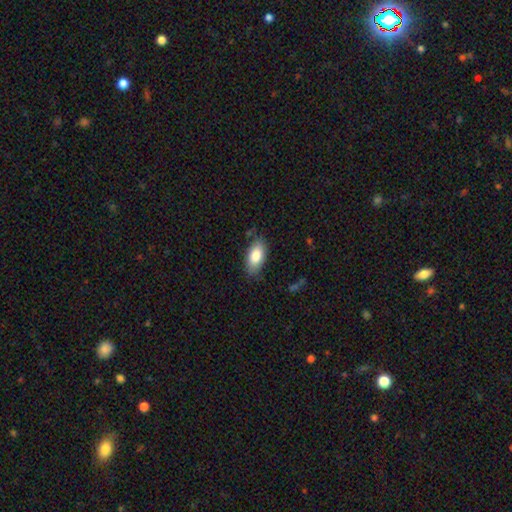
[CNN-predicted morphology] Q: Smooth or featured?
A: smooth (82%); runner-up: featured or disk (11%)
Q: How rounded?
A: in between (91%); runner-up: cigar-shaped (6%)
Q: Merging?
A: none (80%); runner-up: minor disturbance (15%)